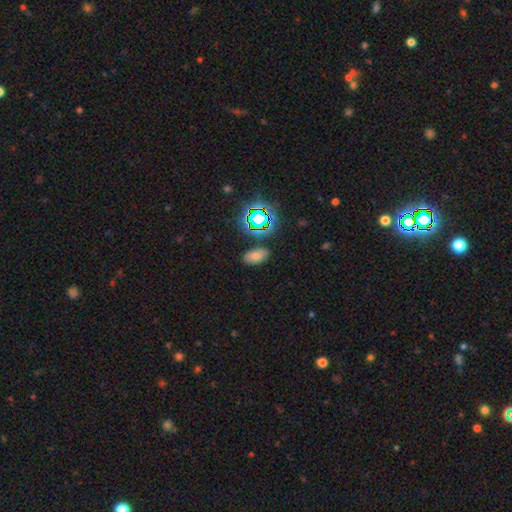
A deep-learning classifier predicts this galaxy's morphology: Smooth or featured?
  - smooth: 65% *
  - star or artifact: 25%
  - featured or disk: 10%
How rounded?
  - in between: 91% *
  - round: 7%
  - cigar-shaped: 2%
Merging?
  - none: 80% *
  - minor disturbance: 13%
  - merger: 4%
  - major disturbance: 3%